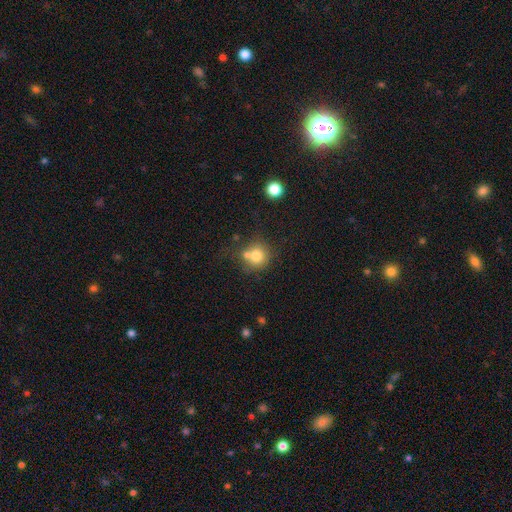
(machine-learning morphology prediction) Smooth or featured? smooth (76%)
How rounded? round (89%)
Merging? none (54%)